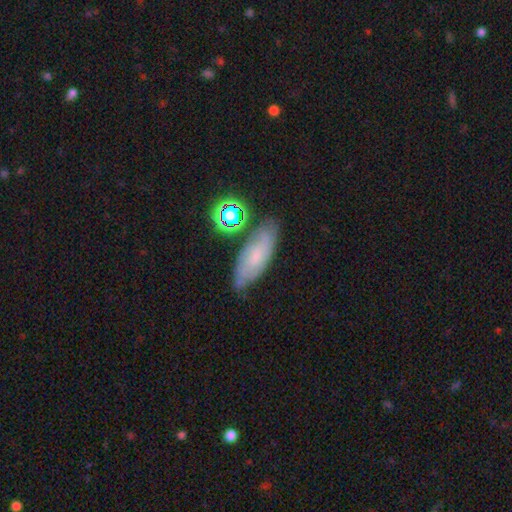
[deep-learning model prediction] Overall: smooth (46%; featured or disk 39%). Merging: none (68%).